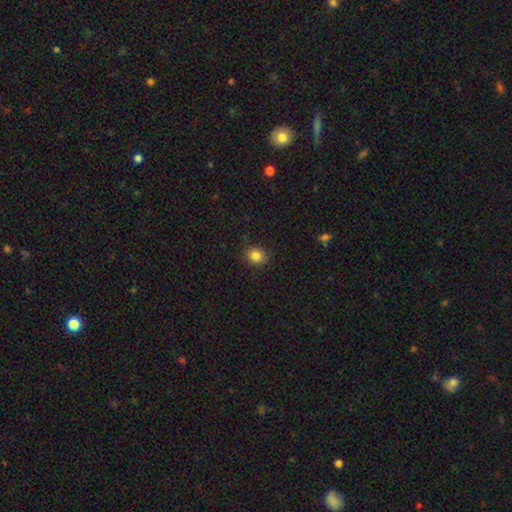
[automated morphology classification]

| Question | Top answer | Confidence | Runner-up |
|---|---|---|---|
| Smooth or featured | smooth | 84% | star or artifact (11%) |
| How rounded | round | 74% | in between (25%) |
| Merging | none | 87% | minor disturbance (9%) |